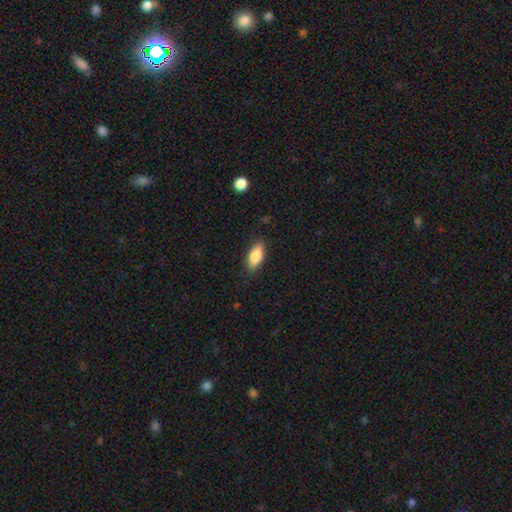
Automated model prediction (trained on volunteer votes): smooth-or-featured: smooth: 84% | featured or disk: 10% | star or artifact: 7%
  how-rounded: in between: 84% | cigar-shaped: 14% | round: 3%
  merging: none: 85% | minor disturbance: 12% | major disturbance: 3% | merger: 1%